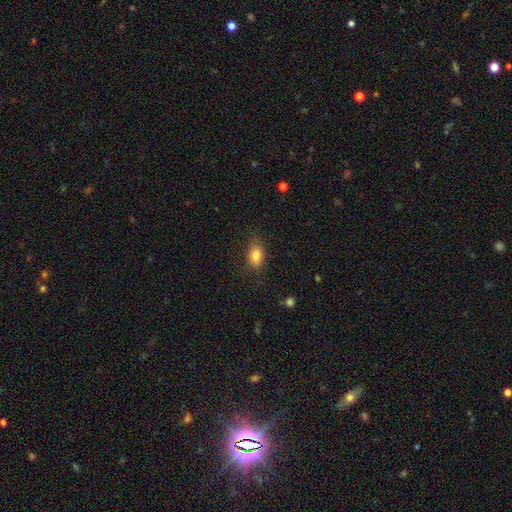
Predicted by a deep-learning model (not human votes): smooth 83%, star or artifact 9%, featured or disk 8%. Down the decision tree: how rounded — in between (82%); merging — none (79%).